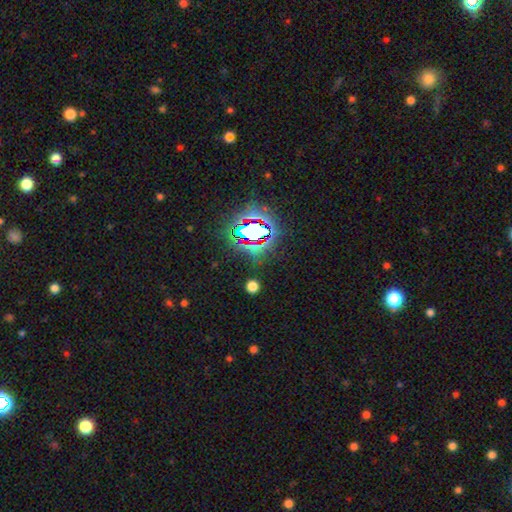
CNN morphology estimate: Smooth or featured?
  - star or artifact: 79% *
  - smooth: 13%
  - featured or disk: 8%